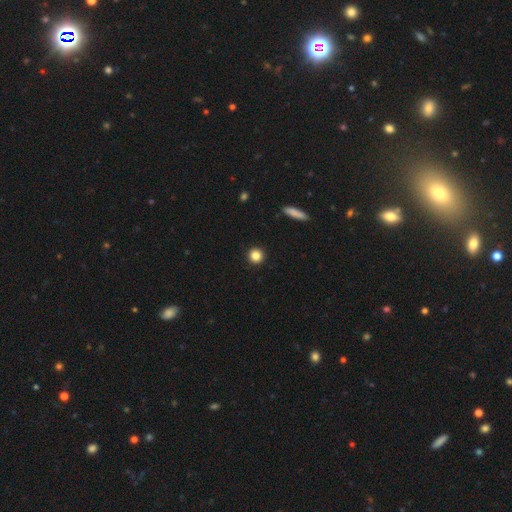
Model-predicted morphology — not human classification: type=smooth (85%); roundness=round (95%); merging=none (93%).